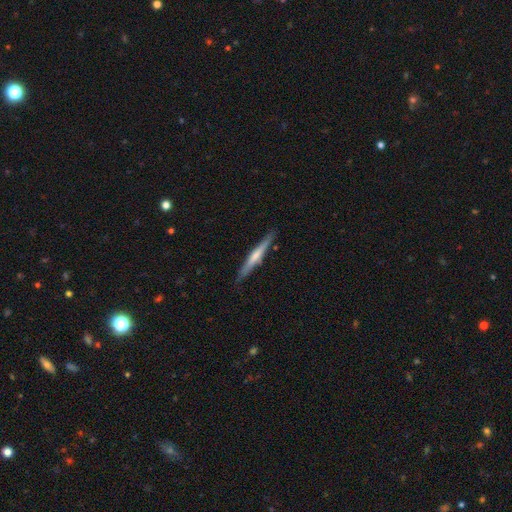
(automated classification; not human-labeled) This appears to be a featured or disk galaxy (50%). Merging: none (87%).